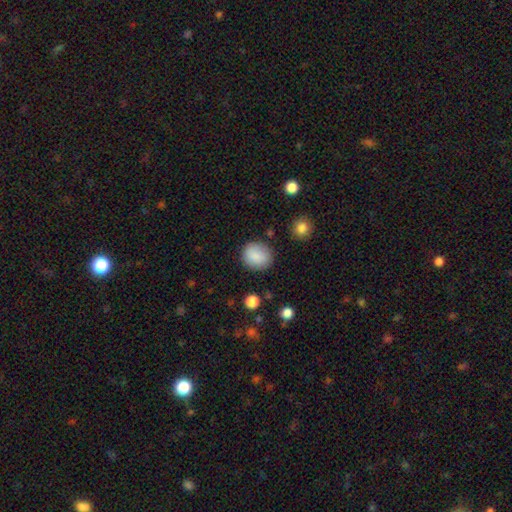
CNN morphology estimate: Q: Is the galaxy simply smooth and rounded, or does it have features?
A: smooth — 87%.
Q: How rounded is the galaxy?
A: round — 75%.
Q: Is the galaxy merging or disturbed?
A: none — 84%.